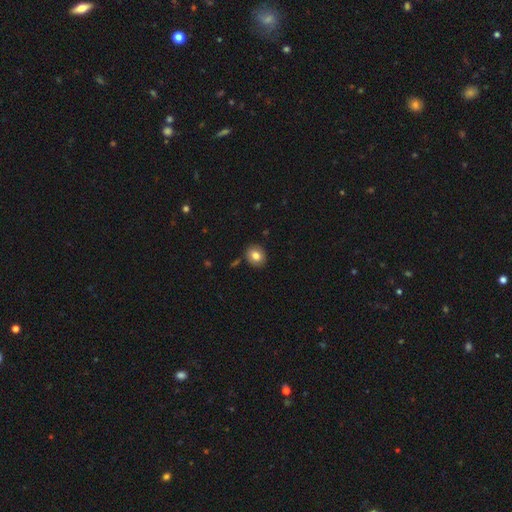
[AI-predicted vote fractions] Morphology: type=smooth (81%); roundness=round (68%); merging=none (88%).